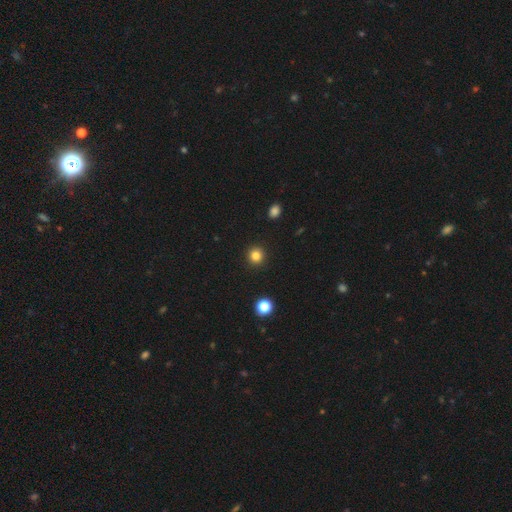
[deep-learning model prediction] smooth_or_featured: smooth (p=0.83) [alt: star or artifact p=0.13]
how_rounded: round (p=0.94) [alt: in between p=0.06]
merging: none (p=0.92) [alt: minor disturbance p=0.05]